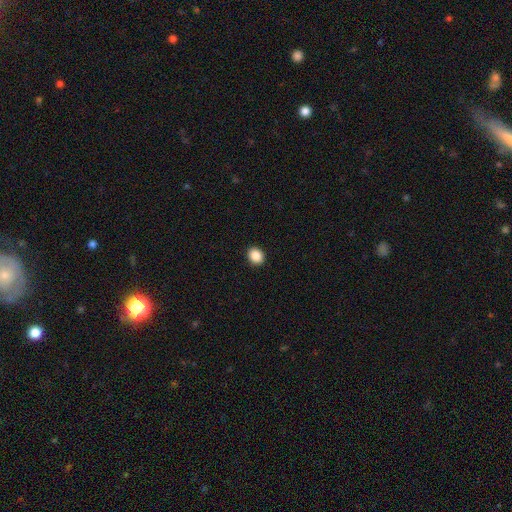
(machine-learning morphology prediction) smooth-or-featured: smooth: 89% | star or artifact: 9% | featured or disk: 3%
  how-rounded: round: 65% | in between: 34% | cigar-shaped: 1%
  merging: none: 92% | minor disturbance: 5% | major disturbance: 2% | merger: 1%